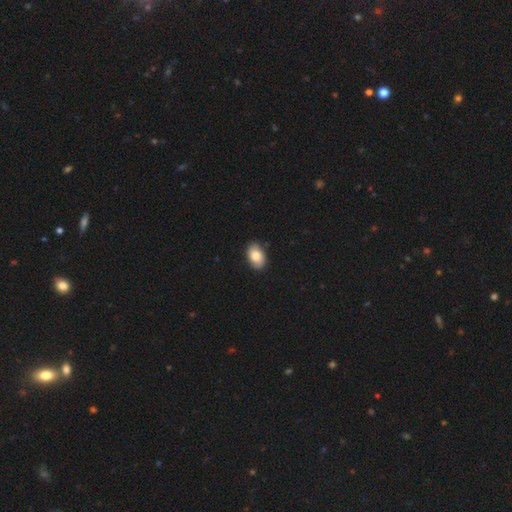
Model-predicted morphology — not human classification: A smooth galaxy with no disk features (81%) that is in between round and cigar-shaped (91%). Merging: none (86%).